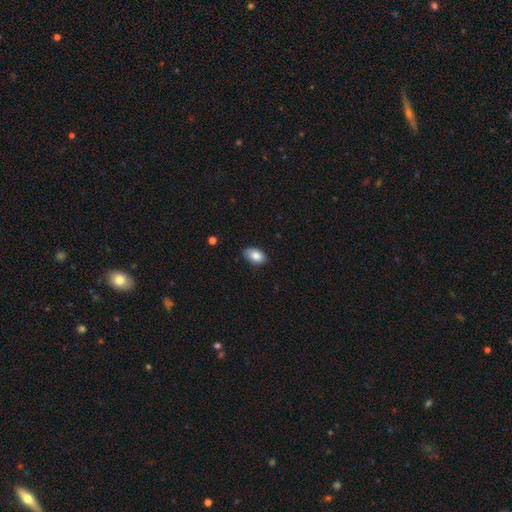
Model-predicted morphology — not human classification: smooth-or-featured: smooth: 84% | featured or disk: 9% | star or artifact: 7%
  how-rounded: in between: 91% | round: 7% | cigar-shaped: 2%
  merging: none: 78% | minor disturbance: 18% | major disturbance: 2% | merger: 1%